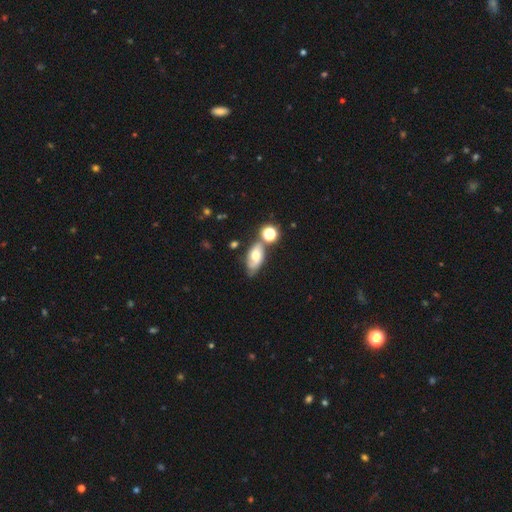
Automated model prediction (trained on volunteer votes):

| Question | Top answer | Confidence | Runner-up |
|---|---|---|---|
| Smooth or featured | featured or disk | 45% | smooth (44%) |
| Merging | none | 49% | minor disturbance (24%) |